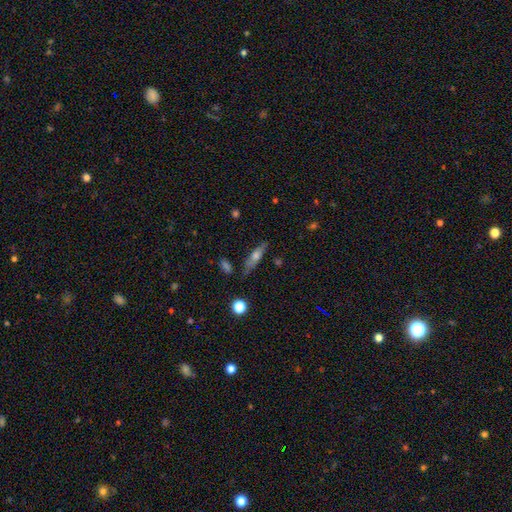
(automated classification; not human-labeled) This appears to be a smooth galaxy with no disk features (53%) that is cigar-shaped (66%). Merging: none (76%).